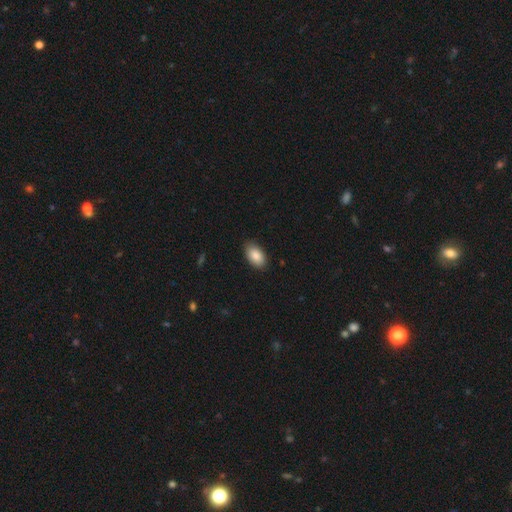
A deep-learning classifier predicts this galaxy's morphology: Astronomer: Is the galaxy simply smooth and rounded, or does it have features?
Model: smooth — 88%.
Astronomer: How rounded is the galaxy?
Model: in between — 94%.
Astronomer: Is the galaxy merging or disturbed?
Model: none — 86%.